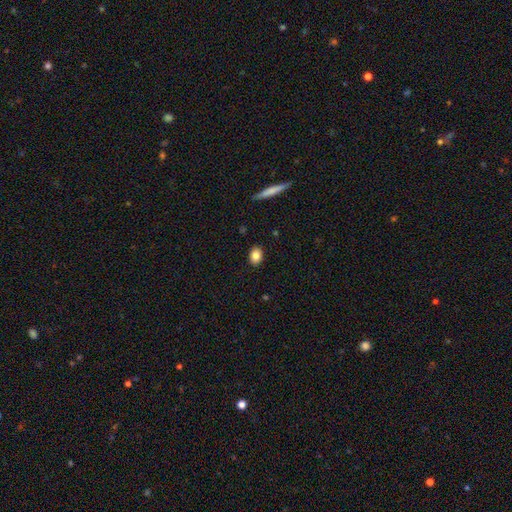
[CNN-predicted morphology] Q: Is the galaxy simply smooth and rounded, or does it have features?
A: smooth — 84%.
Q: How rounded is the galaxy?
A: in between — 72%.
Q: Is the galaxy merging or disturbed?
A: none — 89%.